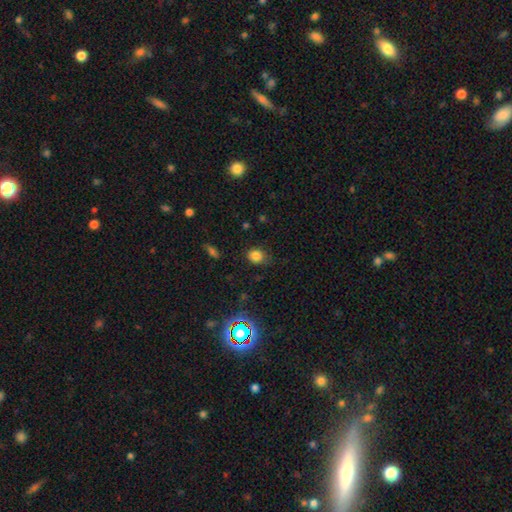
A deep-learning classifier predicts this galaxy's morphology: Smooth or featured? smooth (79%)
How rounded? round (63%)
Merging? none (75%)